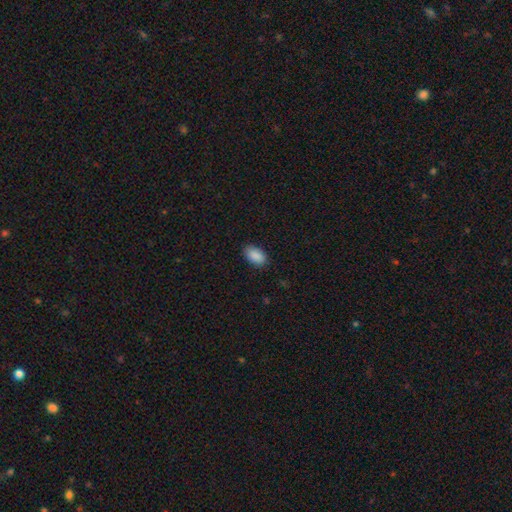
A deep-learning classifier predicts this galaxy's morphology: The model was most divided on "merging": none: 87%, minor disturbance: 10%, major disturbance: 2%, merger: 1%. More confident: how rounded — in between (93%); smooth or featured — smooth (90%).